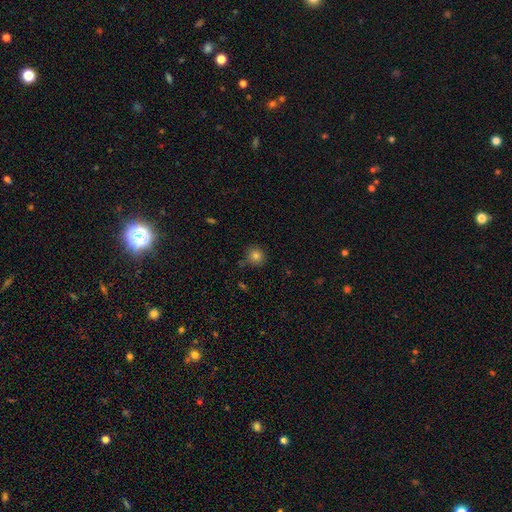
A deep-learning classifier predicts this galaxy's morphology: A smooth galaxy with no disk features (82%) that is round (91%). Merging: none (81%).